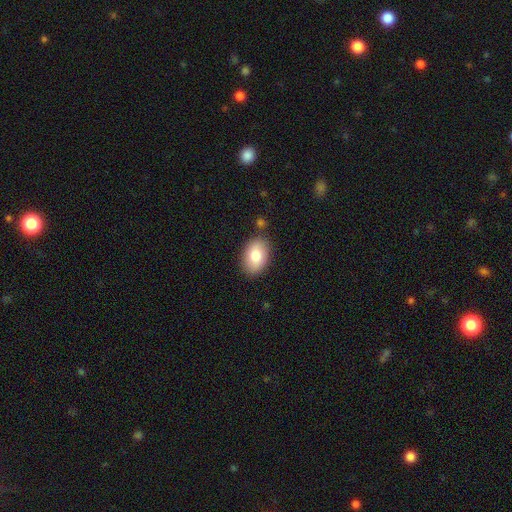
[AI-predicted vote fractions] This appears to be a smooth galaxy with no disk features (82%) that is in between round and cigar-shaped (87%). Merging: none (84%).